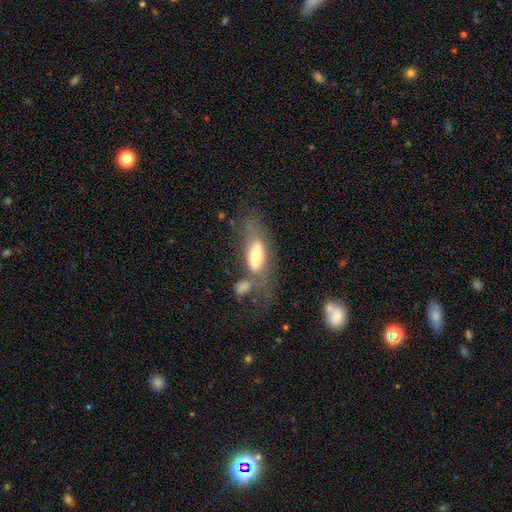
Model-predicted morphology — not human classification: type=smooth (56%); roundness=in between (75%); merging=none (32%).